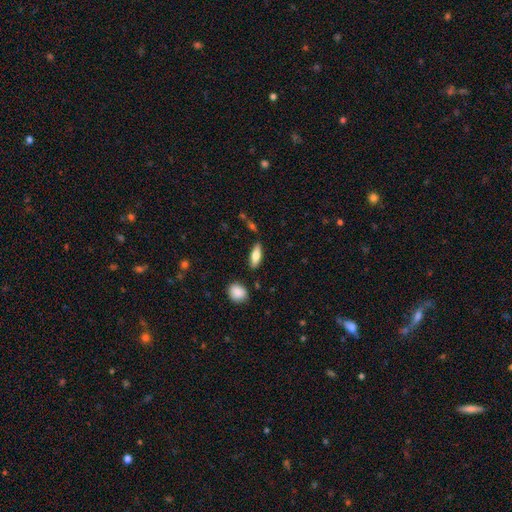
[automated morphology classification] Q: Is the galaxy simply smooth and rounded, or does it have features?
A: smooth — 64%.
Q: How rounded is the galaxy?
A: in between — 64%.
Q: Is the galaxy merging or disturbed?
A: none — 83%.